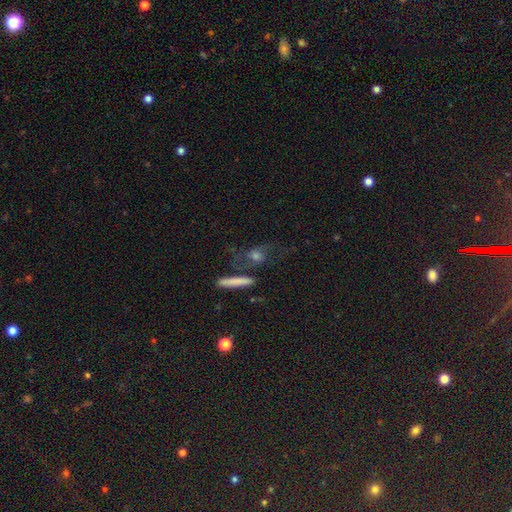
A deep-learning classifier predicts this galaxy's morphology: smooth_or_featured: smooth (p=0.38) [alt: featured or disk p=0.34]
merging: none (p=0.57) [alt: minor disturbance p=0.16]